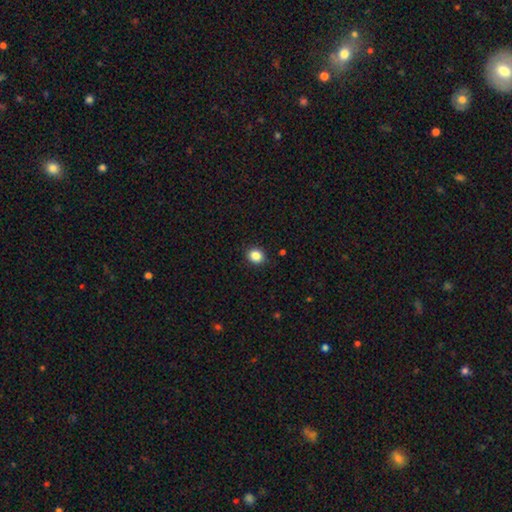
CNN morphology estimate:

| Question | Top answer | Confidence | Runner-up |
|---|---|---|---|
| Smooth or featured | smooth | 85% | star or artifact (11%) |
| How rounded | round | 70% | in between (29%) |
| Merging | none | 90% | minor disturbance (7%) |